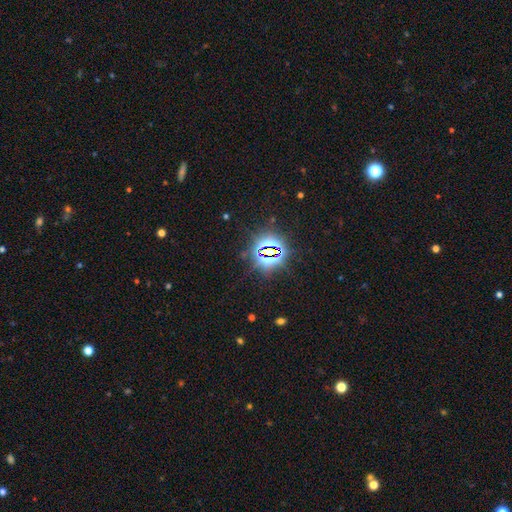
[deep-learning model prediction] A star or artifact, not a galaxy (82%).

Vote fractions:
- Smooth or featured? star or artifact: 82% / smooth: 10% / featured or disk: 8%